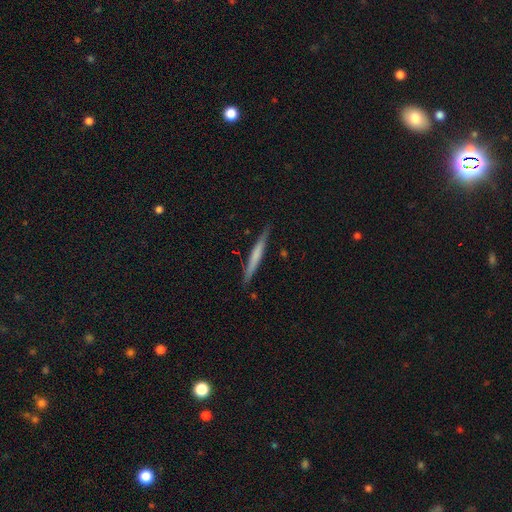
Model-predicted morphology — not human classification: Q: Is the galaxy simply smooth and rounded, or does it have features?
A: smooth — 55%.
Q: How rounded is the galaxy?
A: cigar-shaped — 96%.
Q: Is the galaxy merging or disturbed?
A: none — 87%.